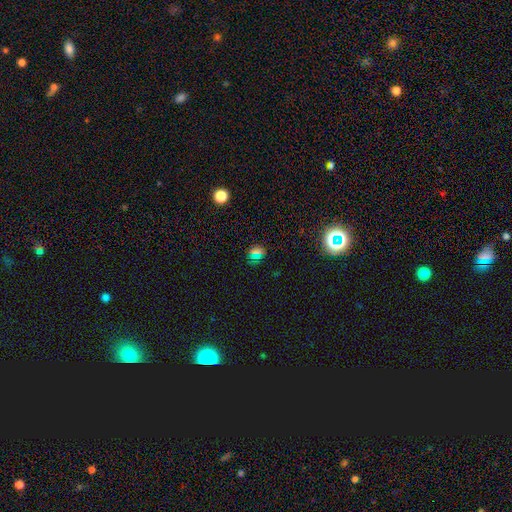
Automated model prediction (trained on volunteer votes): smooth_or_featured: smooth (p=0.49) [alt: star or artifact p=0.43]
merging: none (p=0.85) [alt: minor disturbance p=0.09]